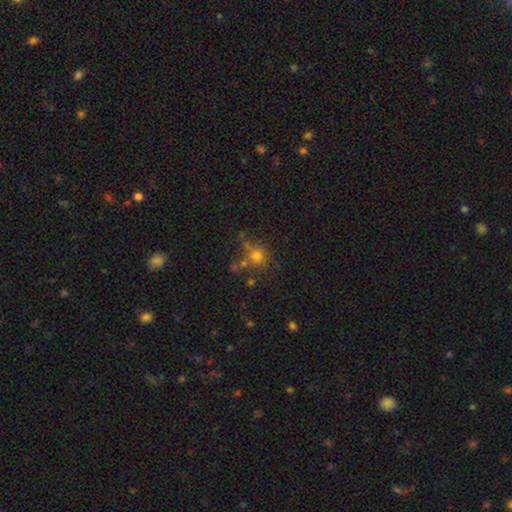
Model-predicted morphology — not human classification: Smooth or featured: smooth — 61% (star or artifact — 27%)
How rounded: round — 87% (in between — 12%)
Merging: none — 63% (merger — 19%)